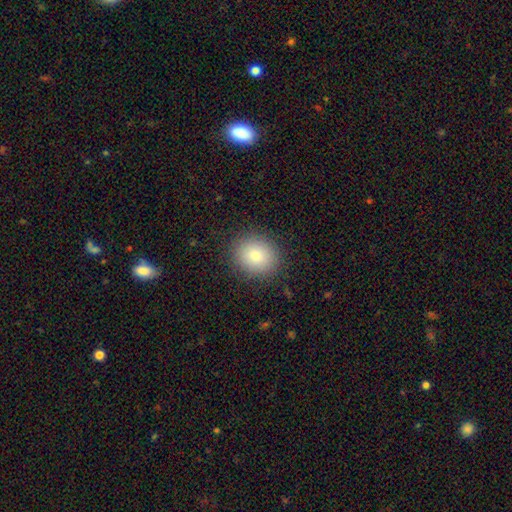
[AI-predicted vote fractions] Q: Smooth or featured?
A: smooth (86%); runner-up: star or artifact (9%)
Q: How rounded?
A: round (64%); runner-up: in between (36%)
Q: Merging?
A: none (87%); runner-up: minor disturbance (9%)